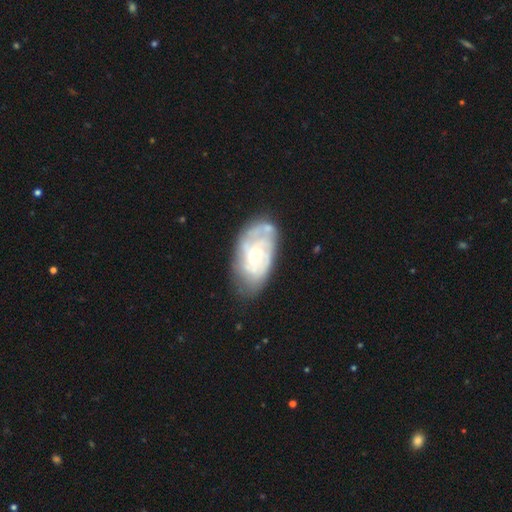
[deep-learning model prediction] Smooth or featured? Predicted: featured or disk (p=0.73). Edge-on disk? Predicted: no (p=0.95). Bar? Predicted: no (p=0.76). Spiral arms? Predicted: yes (p=0.81). Spiral winding? Predicted: tight (p=0.64). Spiral arm count? Predicted: can't tell (p=0.50). Bulge size? Predicted: small (p=0.55). Merging? Predicted: none (p=0.63).